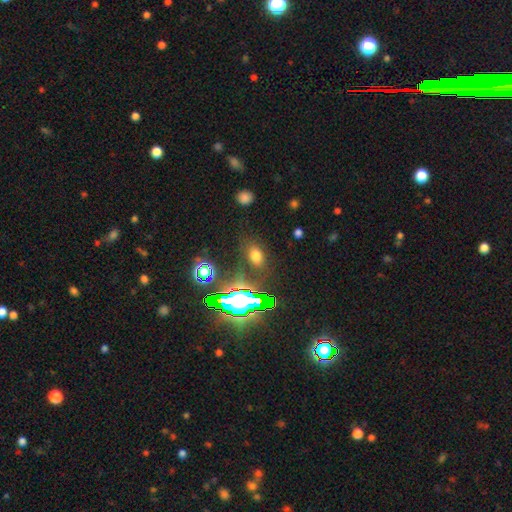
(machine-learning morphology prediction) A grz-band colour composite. It shows a smooth galaxy with no disk features (64%) that is in between round and cigar-shaped (79%). Merging: none (81%).